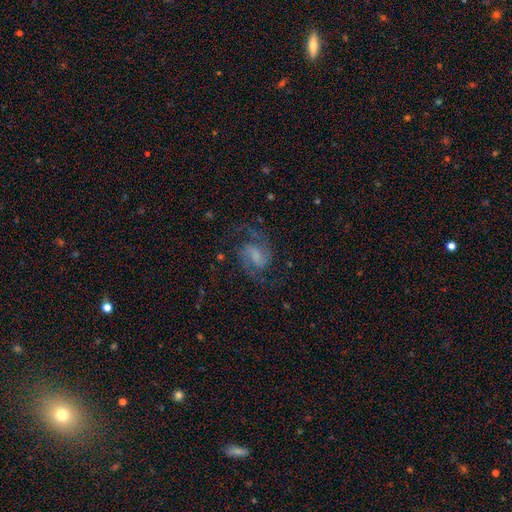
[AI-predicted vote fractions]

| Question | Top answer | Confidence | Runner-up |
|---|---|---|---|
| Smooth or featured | featured or disk | 85% | smooth (8%) |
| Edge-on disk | no | 98% | yes (2%) |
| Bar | weak | 53% | no (29%) |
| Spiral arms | yes | 97% | no (3%) |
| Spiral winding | medium | 59% | loose (26%) |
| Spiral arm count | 2 | 91% | can't tell (3%) |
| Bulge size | none | 32% | small (31%) |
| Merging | none | 72% | minor disturbance (15%) |